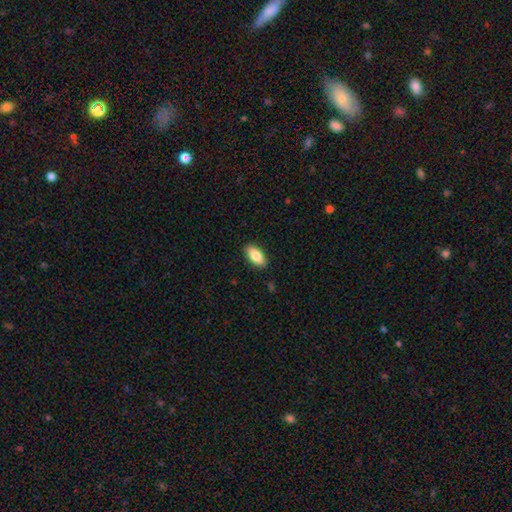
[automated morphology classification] A smooth galaxy with no disk features (82%) that is in between round and cigar-shaped (89%). Merging: none (89%).